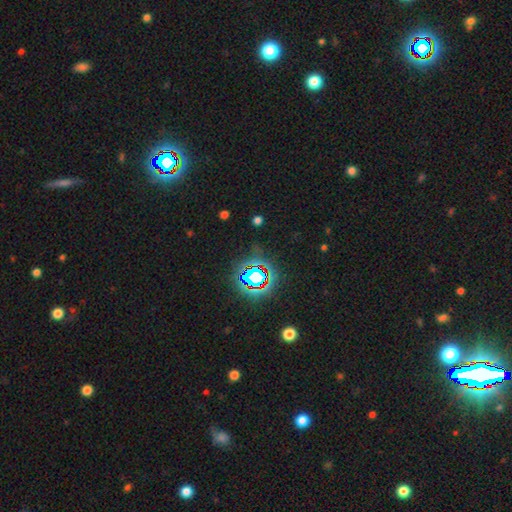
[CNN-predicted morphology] Smooth or featured? Predicted: star or artifact (p=0.81).